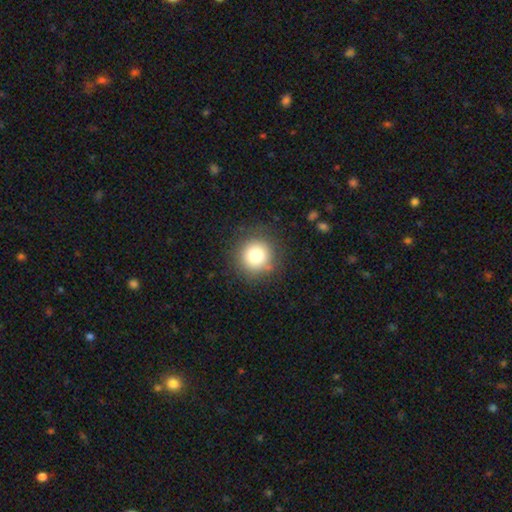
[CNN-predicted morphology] Smooth or featured?
  - smooth: 80% *
  - star or artifact: 11%
  - featured or disk: 9%
How rounded?
  - round: 94% *
  - in between: 5%
  - cigar-shaped: 1%
Merging?
  - none: 85% *
  - minor disturbance: 10%
  - major disturbance: 4%
  - merger: 1%